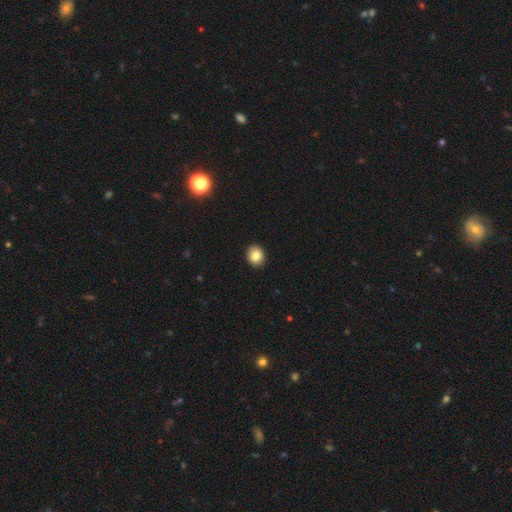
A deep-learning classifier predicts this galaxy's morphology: This appears to be a smooth galaxy with no disk features (85%) that is round (70%). Merging: none (92%).